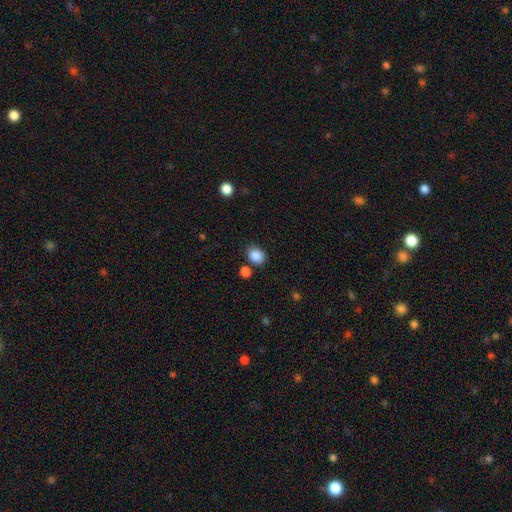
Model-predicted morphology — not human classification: type=smooth (87%); roundness=round (52%); merging=none (77%).